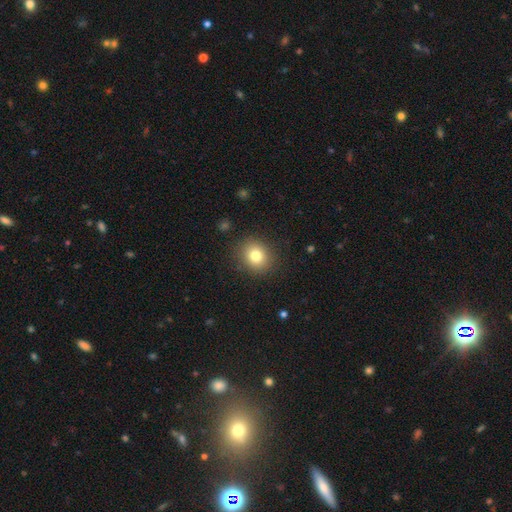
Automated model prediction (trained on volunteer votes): Smooth or featured: smooth — 80% (star or artifact — 11%)
How rounded: round — 75% (in between — 24%)
Merging: none — 89% (minor disturbance — 7%)